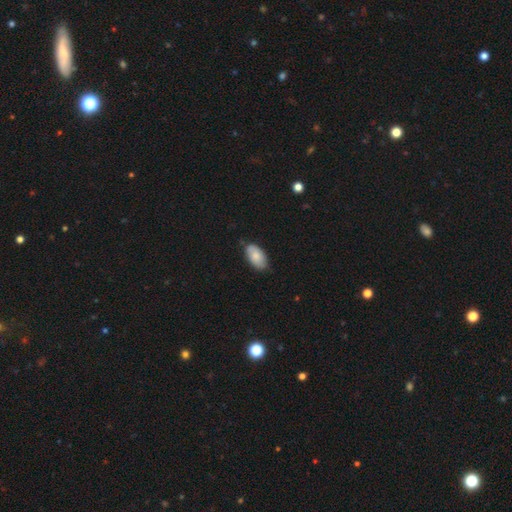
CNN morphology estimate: Smooth or featured?
  - smooth: 79% *
  - featured or disk: 14%
  - star or artifact: 6%
How rounded?
  - in between: 95% *
  - round: 3%
  - cigar-shaped: 2%
Merging?
  - none: 77% *
  - minor disturbance: 20%
  - major disturbance: 3%
  - merger: 1%